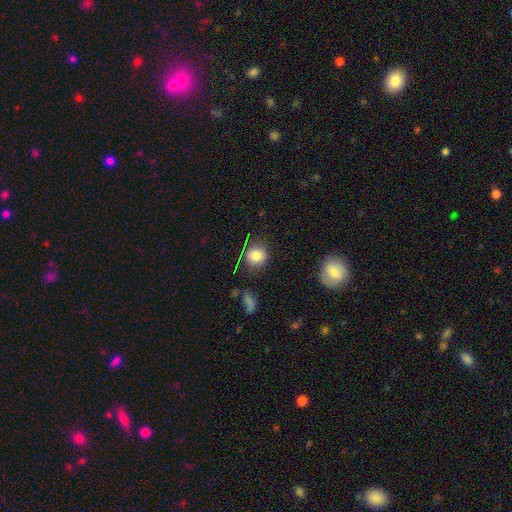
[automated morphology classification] smooth-or-featured: smooth: 80% | star or artifact: 12% | featured or disk: 8%
  how-rounded: round: 84% | in between: 15% | cigar-shaped: 1%
  merging: none: 77% | minor disturbance: 15% | major disturbance: 5% | merger: 3%